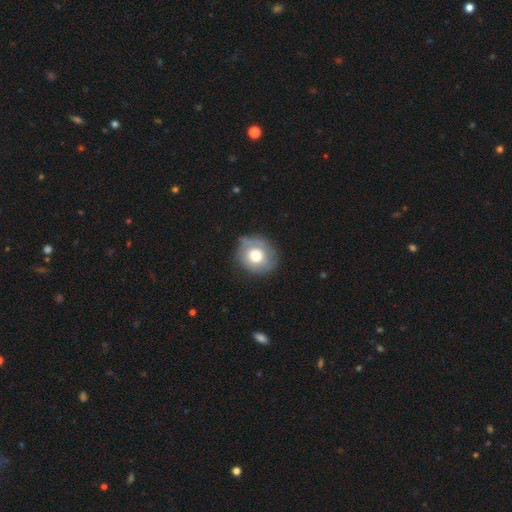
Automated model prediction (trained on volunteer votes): Smooth or featured: smooth — 57% (featured or disk — 35%)
How rounded: round — 82% (in between — 17%)
Merging: none — 71% (minor disturbance — 21%)